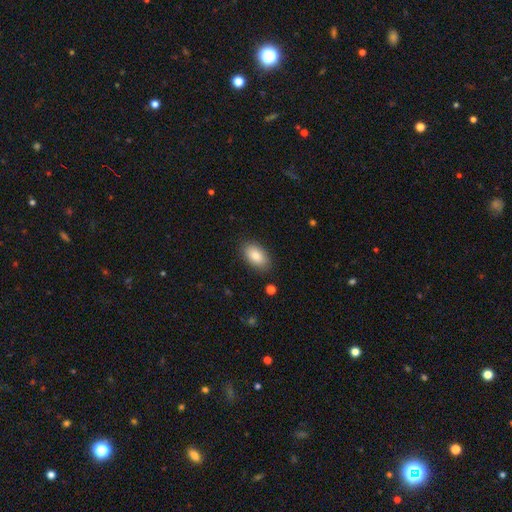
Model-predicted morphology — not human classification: This appears to be a smooth galaxy with no disk features (86%) that is in between round and cigar-shaped (93%). Merging: none (86%).